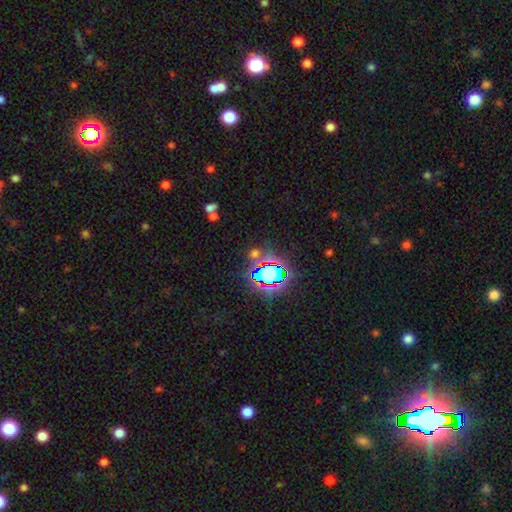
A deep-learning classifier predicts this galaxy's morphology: Q: Smooth or featured?
A: star or artifact (70%); runner-up: smooth (20%)